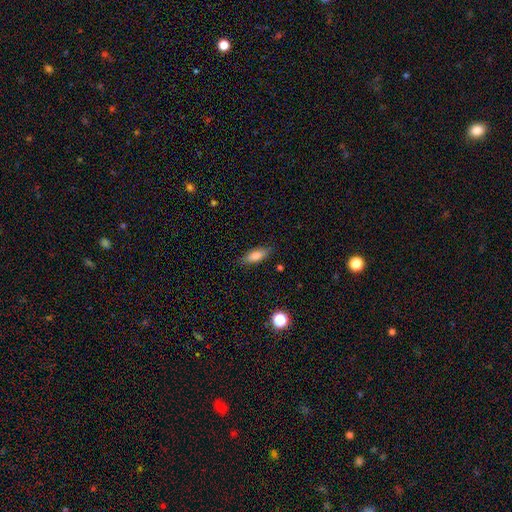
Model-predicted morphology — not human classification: Smooth or featured?
  - smooth: 75% *
  - featured or disk: 17%
  - star or artifact: 8%
How rounded?
  - in between: 63% *
  - cigar-shaped: 34%
  - round: 3%
Merging?
  - none: 85% *
  - minor disturbance: 12%
  - major disturbance: 2%
  - merger: 1%